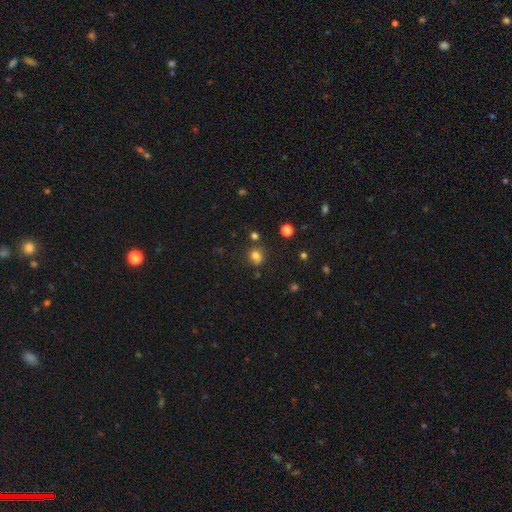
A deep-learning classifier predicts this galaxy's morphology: This appears to be a smooth galaxy with no disk features (77%) that is round (78%). Merging: none (74%).